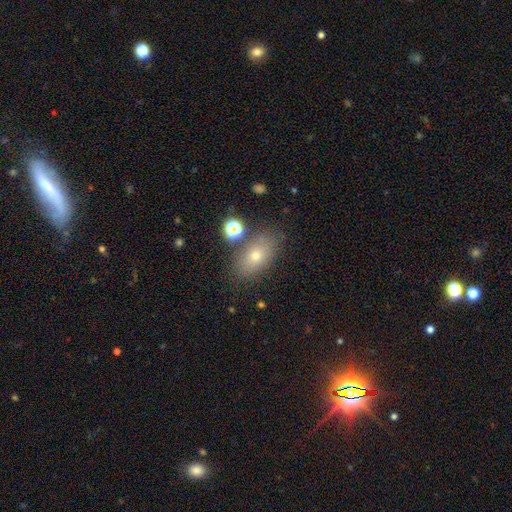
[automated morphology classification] type=smooth (66%); roundness=in between (83%); merging=none (78%).